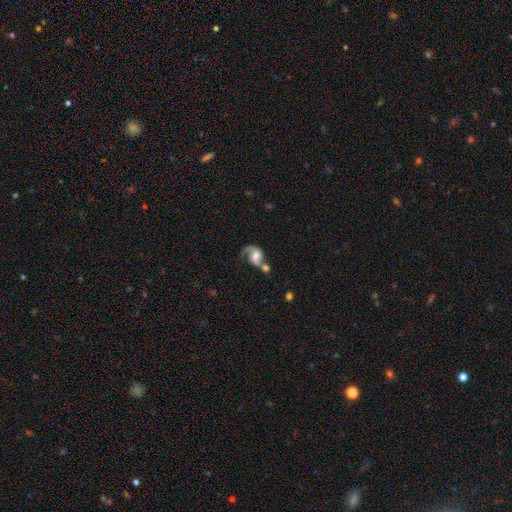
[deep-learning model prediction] A featured or disk galaxy (70%) with no bar (54%), 2 (57%) loose (54%) spiral arms (90%) and a moderate central bulge (55%).

Vote fractions:
- Smooth or featured? featured or disk: 70% / smooth: 22% / star or artifact: 8%
- Edge-on disk? no: 97% / yes: 3%
- Bar? no: 54% / weak: 35% / strong: 11%
- Spiral arms? yes: 90% / no: 10%
- Spiral winding? loose: 54% / medium: 35% / tight: 11%
- Spiral arm count? 2: 57% / 1: 37% / can't tell: 4% / 3: 1% / 4: 1% / more than 4: 1%
- Bulge size? moderate: 55% / small: 24% / large: 12% / none: 6% / dominant: 2%
- Merging? merger: 36% / none: 28% / major disturbance: 22% / minor disturbance: 15%